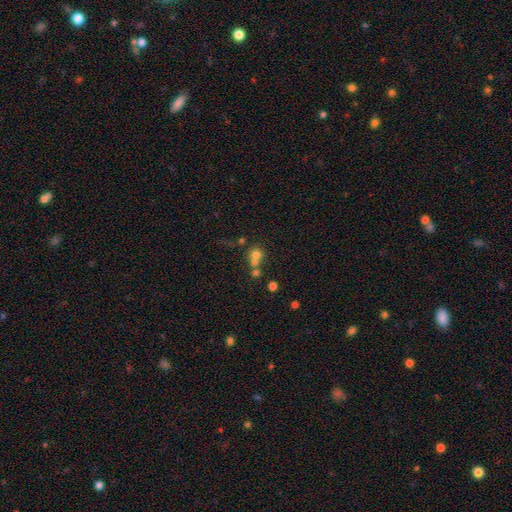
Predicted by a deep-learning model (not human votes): Q: Smooth or featured?
A: smooth (66%); runner-up: star or artifact (17%)
Q: How rounded?
A: round (86%); runner-up: in between (13%)
Q: Merging?
A: merger (49%); runner-up: none (41%)